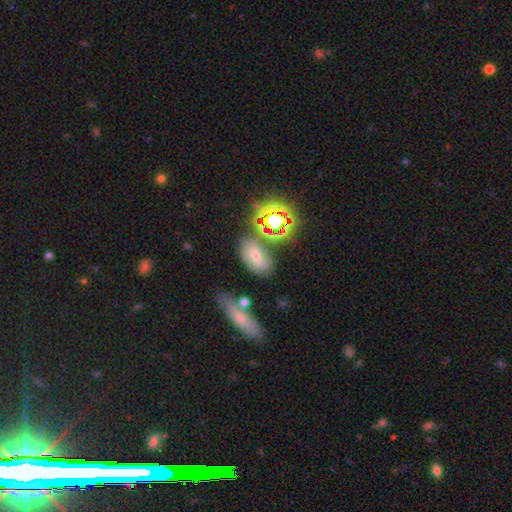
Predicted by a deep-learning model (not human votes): Overall: smooth (44%; star or artifact 33%). Merging: none (67%).